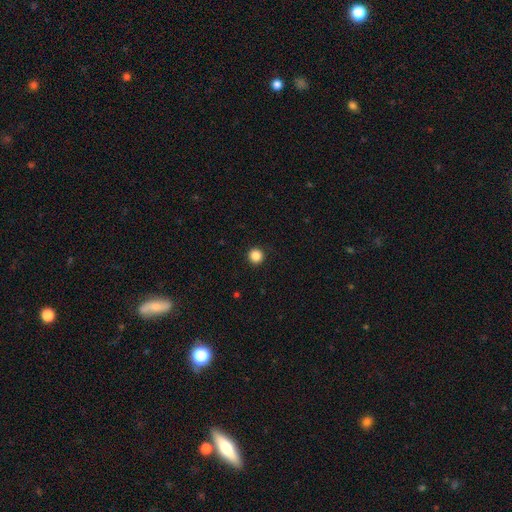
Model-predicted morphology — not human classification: The model was most divided on "smooth or featured": smooth: 86%, star or artifact: 11%, featured or disk: 3%. More confident: how rounded — round (96%); merging — none (93%).